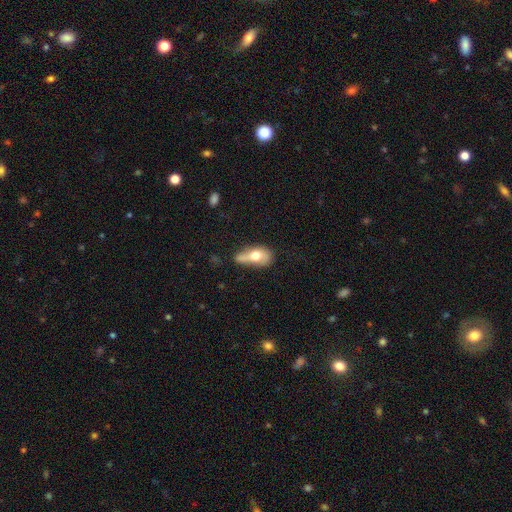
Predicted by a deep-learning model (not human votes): The model was most divided on "merging": minor disturbance: 30%, none: 28%, major disturbance: 25%, merger: 17%. More confident: how rounded — in between (80%); smooth or featured — smooth (61%).